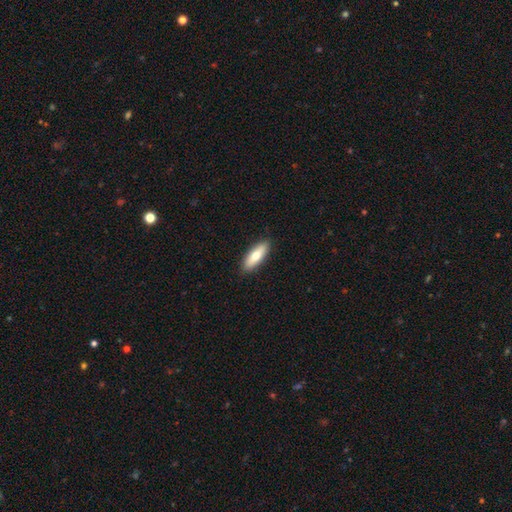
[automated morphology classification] Overall: smooth (71%). How rounded: in between (58%; cigar-shaped 40%). Merging: none (90%).